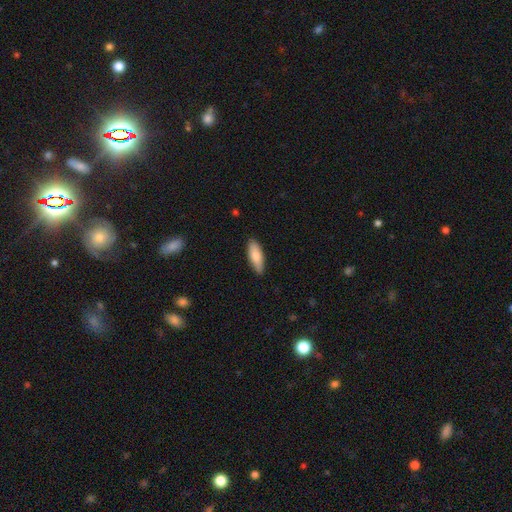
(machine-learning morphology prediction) The model was most divided on "how rounded": in between: 67%, cigar-shaped: 31%, round: 2%. More confident: merging — none (86%); smooth or featured — smooth (82%).